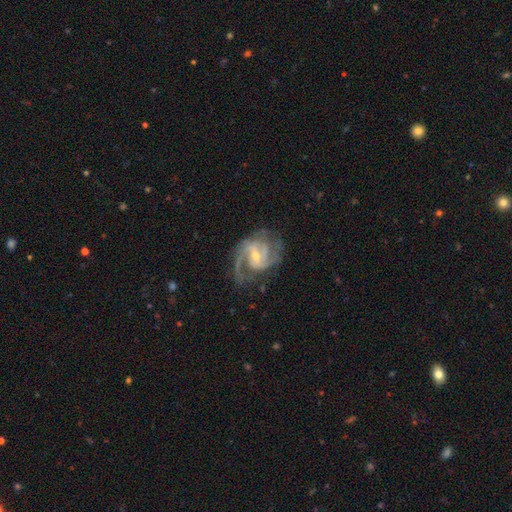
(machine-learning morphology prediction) Q: Smooth or featured?
A: featured or disk (92%); runner-up: star or artifact (5%)
Q: Edge-on disk?
A: no (98%); runner-up: yes (2%)
Q: Bar?
A: weak (51%); runner-up: no (27%)
Q: Spiral arms?
A: yes (98%); runner-up: no (2%)
Q: Spiral winding?
A: medium (55%); runner-up: tight (29%)
Q: Spiral arm count?
A: 2 (55%); runner-up: 3 (22%)
Q: Bulge size?
A: small (54%); runner-up: moderate (42%)
Q: Merging?
A: none (67%); runner-up: minor disturbance (19%)